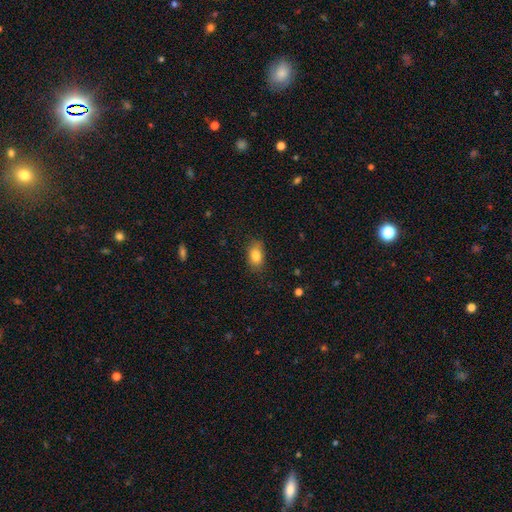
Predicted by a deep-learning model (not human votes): smooth-or-featured: smooth: 83% | star or artifact: 8% | featured or disk: 8%
  how-rounded: in between: 84% | round: 13% | cigar-shaped: 2%
  merging: none: 80% | minor disturbance: 15% | major disturbance: 4% | merger: 1%